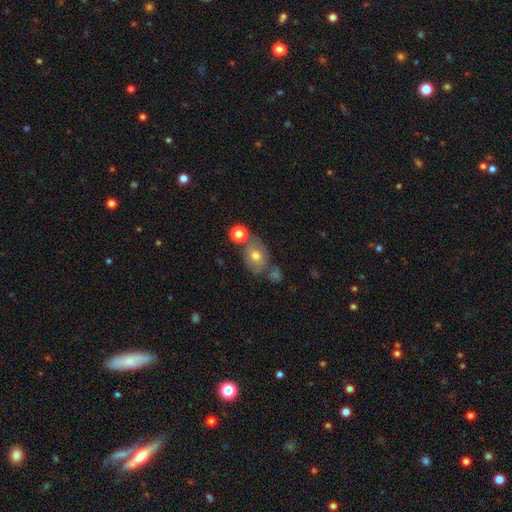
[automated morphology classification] Smooth or featured: smooth — 66% (featured or disk — 23%)
How rounded: in between — 67% (round — 31%)
Merging: none — 50% (merger — 24%)